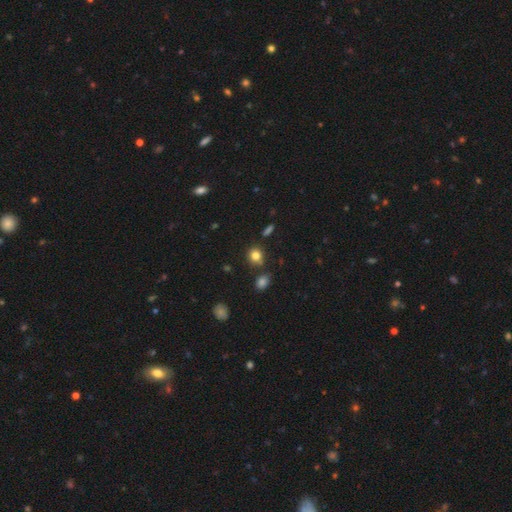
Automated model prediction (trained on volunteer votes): A smooth galaxy with no disk features (81%) that is round (75%). Merging: none (78%).